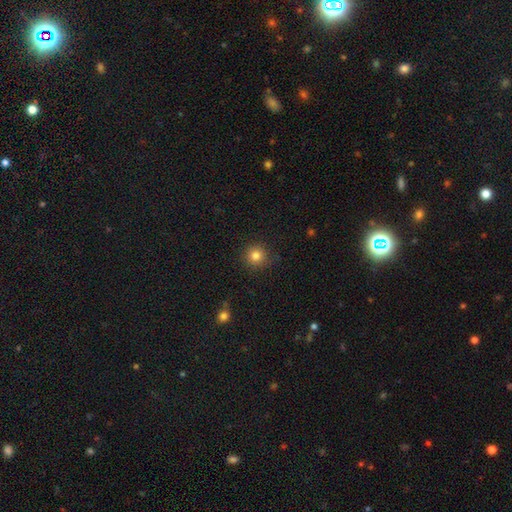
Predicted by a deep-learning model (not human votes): A smooth galaxy with no disk features (82%) that is round (94%). Merging: none (88%).